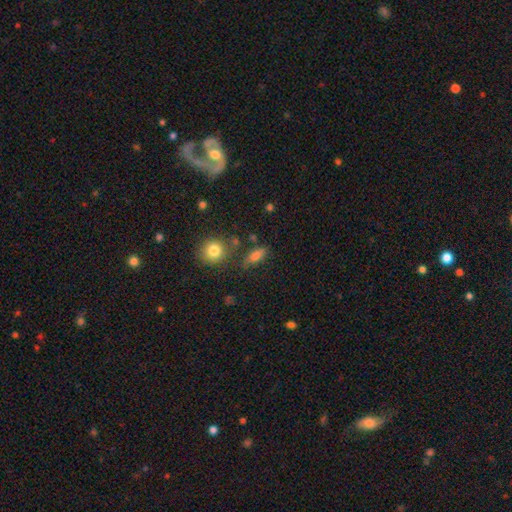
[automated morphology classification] Smooth or featured?
  - smooth: 75% *
  - featured or disk: 13%
  - star or artifact: 11%
How rounded?
  - in between: 69% *
  - cigar-shaped: 20%
  - round: 10%
Merging?
  - none: 70% *
  - minor disturbance: 17%
  - merger: 7%
  - major disturbance: 6%